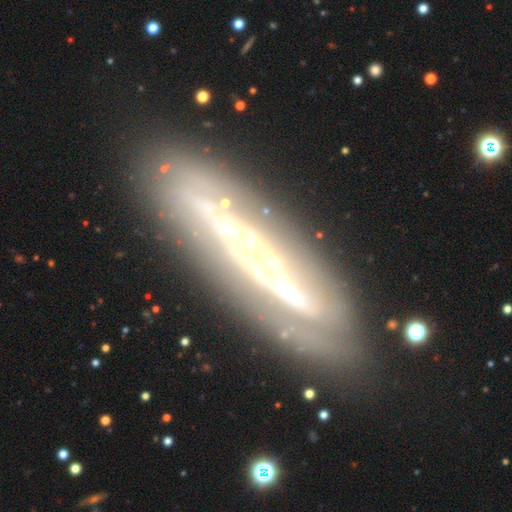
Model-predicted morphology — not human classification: Smooth or featured?
  - featured or disk: 75% *
  - smooth: 15%
  - star or artifact: 9%
Edge-on disk?
  - yes: 57% *
  - no: 43%
Merging?
  - none: 80% *
  - minor disturbance: 13%
  - major disturbance: 5%
  - merger: 2%